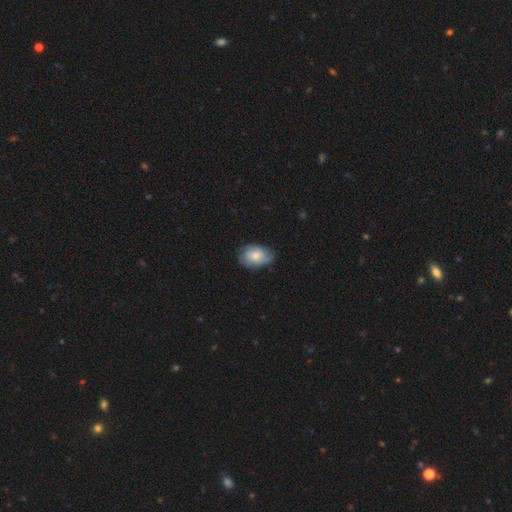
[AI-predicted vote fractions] A smooth galaxy with no disk features (66%) that is in between round and cigar-shaped (84%). Merging: none (68%).